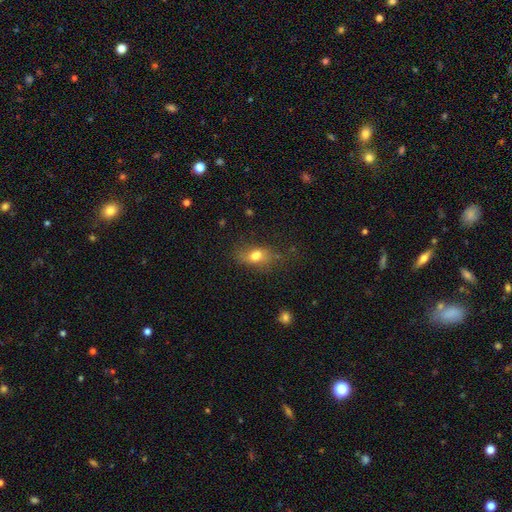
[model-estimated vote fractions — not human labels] A smooth galaxy with no disk features (71%) that is in between round and cigar-shaped (80%).

Vote fractions:
- Smooth or featured? smooth: 71% / featured or disk: 18% / star or artifact: 11%
- How rounded? in between: 80% / round: 13% / cigar-shaped: 6%
- Merging? none: 57% / minor disturbance: 25% / major disturbance: 14% / merger: 3%